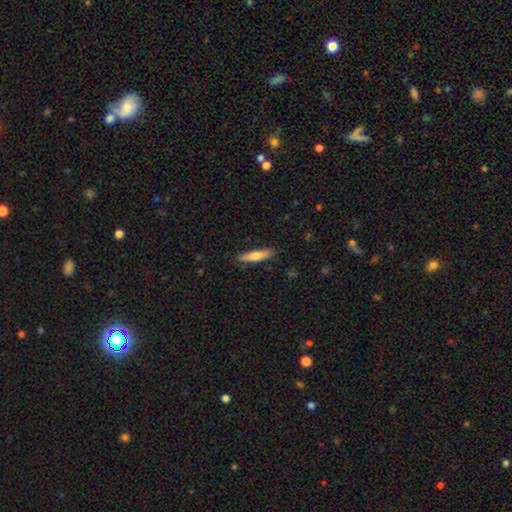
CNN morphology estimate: A smooth galaxy with no disk features (65%) that is cigar-shaped (82%). Merging: none (86%).